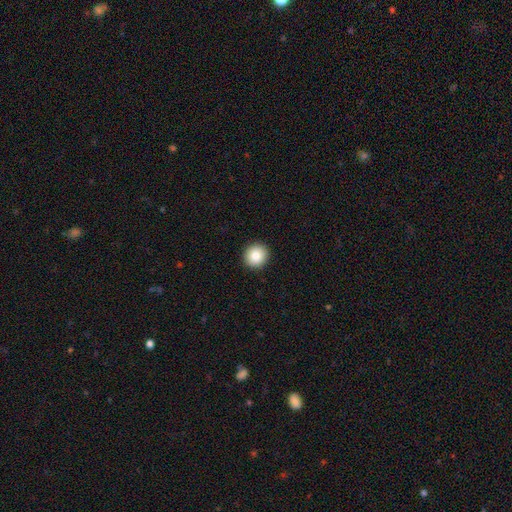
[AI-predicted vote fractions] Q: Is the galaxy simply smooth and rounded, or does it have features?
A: smooth — 84%.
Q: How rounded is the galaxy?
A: round — 93%.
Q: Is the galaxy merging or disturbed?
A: none — 93%.